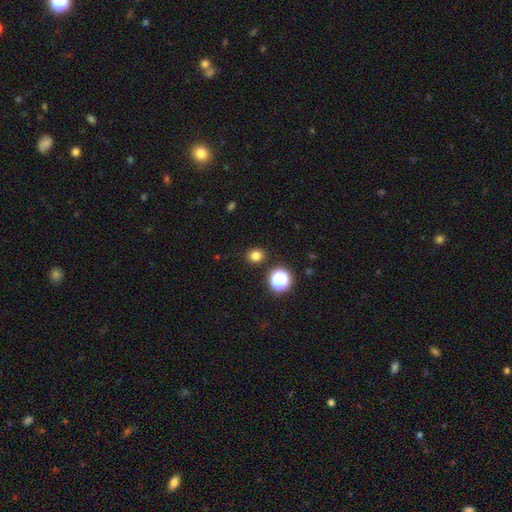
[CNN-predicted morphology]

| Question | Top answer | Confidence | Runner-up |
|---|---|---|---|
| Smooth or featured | smooth | 79% | star or artifact (17%) |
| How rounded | round | 81% | in between (19%) |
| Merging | none | 89% | minor disturbance (7%) |